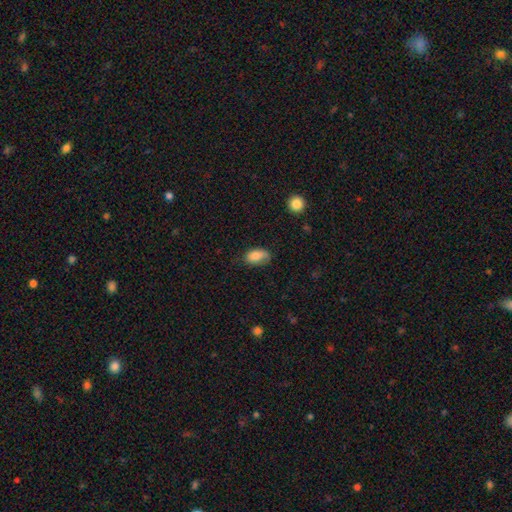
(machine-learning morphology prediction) smooth 82%, featured or disk 10%, star or artifact 8%. Down the decision tree: how rounded — in between (91%); merging — none (62%).